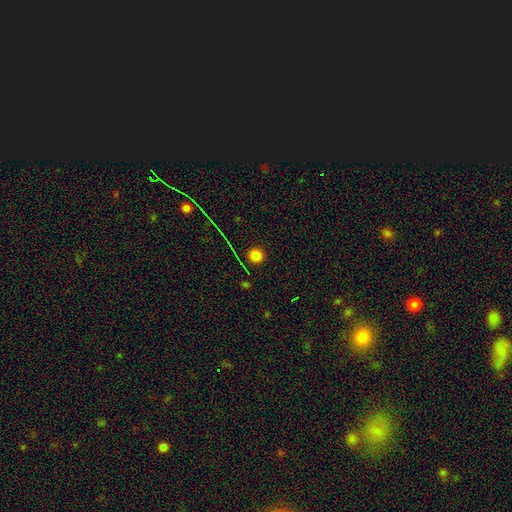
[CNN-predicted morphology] The model was most divided on "smooth or featured": smooth: 76%, star or artifact: 19%, featured or disk: 5%. More confident: how rounded — round (94%); merging — none (89%).